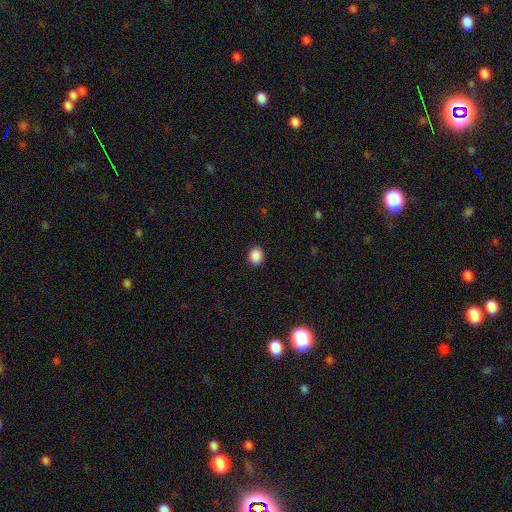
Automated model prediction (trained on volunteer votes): The model was most divided on "how rounded": round: 65%, in between: 34%, cigar-shaped: 1%. More confident: merging — none (90%); smooth or featured — smooth (88%).